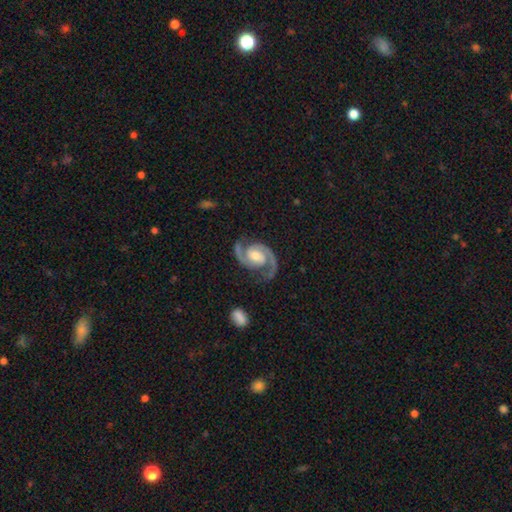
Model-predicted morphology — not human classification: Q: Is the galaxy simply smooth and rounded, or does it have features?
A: featured or disk — 94%.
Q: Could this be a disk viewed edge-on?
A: no — 98%.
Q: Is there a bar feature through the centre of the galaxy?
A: no — 49%.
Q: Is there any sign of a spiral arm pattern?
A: yes — 99%.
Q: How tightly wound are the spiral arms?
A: medium — 59%.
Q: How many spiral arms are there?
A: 2 — 95%.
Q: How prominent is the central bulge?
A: moderate — 62%.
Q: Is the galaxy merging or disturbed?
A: none — 81%.